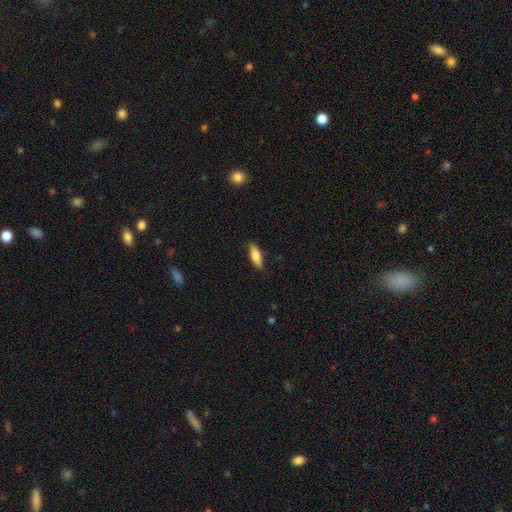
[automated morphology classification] Q: Smooth or featured?
A: smooth (81%); runner-up: featured or disk (13%)
Q: How rounded?
A: in between (58%); runner-up: cigar-shaped (40%)
Q: Merging?
A: none (87%); runner-up: minor disturbance (10%)